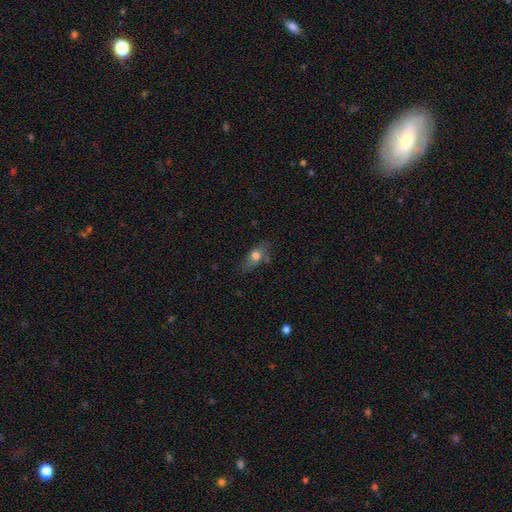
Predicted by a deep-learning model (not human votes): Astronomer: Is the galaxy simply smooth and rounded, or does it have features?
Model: smooth — 69%.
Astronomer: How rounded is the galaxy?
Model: in between — 75%.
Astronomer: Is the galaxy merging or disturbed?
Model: none — 63%.